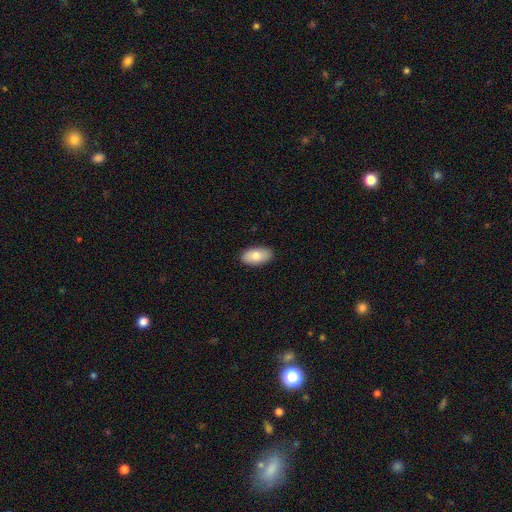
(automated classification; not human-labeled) Smooth or featured?
  - smooth: 82% *
  - featured or disk: 12%
  - star or artifact: 6%
How rounded?
  - in between: 94% *
  - round: 4%
  - cigar-shaped: 2%
Merging?
  - none: 89% *
  - minor disturbance: 8%
  - major disturbance: 2%
  - merger: 1%